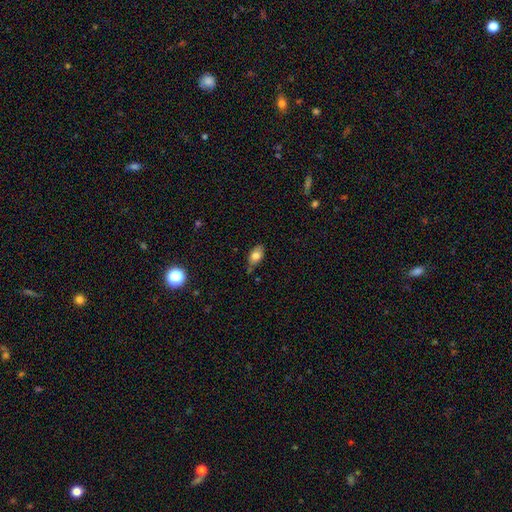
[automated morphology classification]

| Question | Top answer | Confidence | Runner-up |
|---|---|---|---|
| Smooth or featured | smooth | 78% | featured or disk (14%) |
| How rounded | in between | 89% | round (8%) |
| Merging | none | 68% | minor disturbance (23%) |